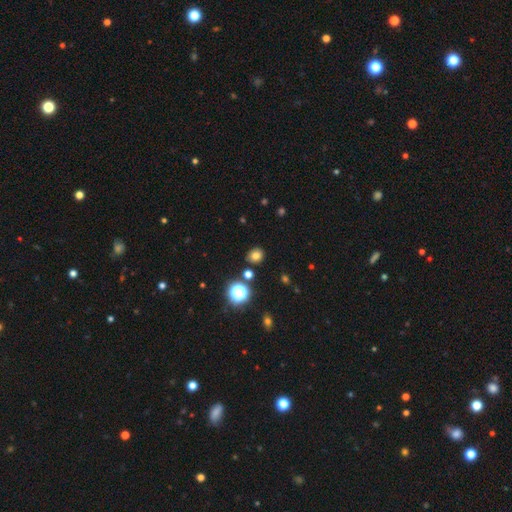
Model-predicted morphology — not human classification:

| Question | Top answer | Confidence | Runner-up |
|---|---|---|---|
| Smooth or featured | smooth | 74% | star or artifact (19%) |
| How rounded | round | 77% | in between (22%) |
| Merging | none | 87% | minor disturbance (8%) |